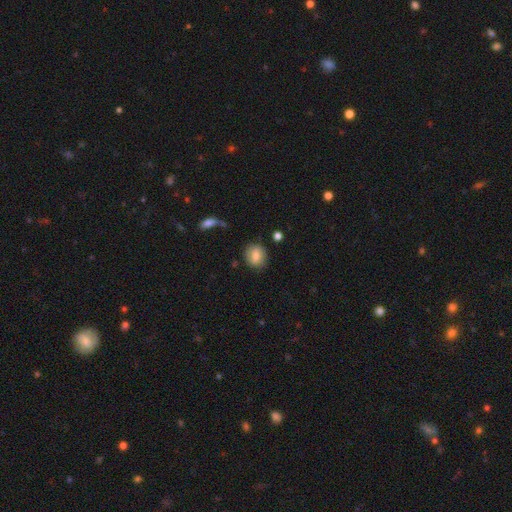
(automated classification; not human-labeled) smooth 73%, featured or disk 18%, star or artifact 8%. Down the decision tree: how rounded — round (55%); merging — none (78%).